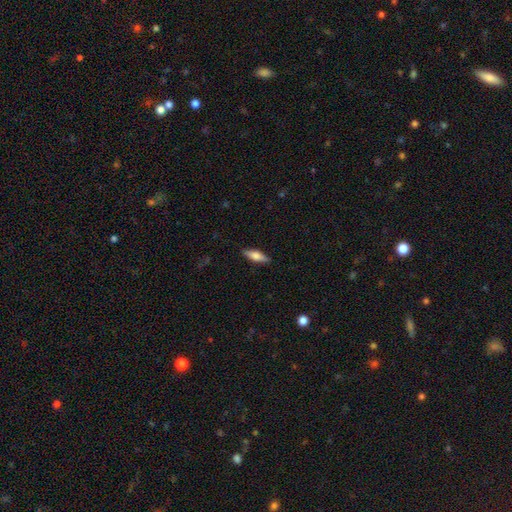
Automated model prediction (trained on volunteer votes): Overall: smooth (62%; featured or disk 31%). How rounded: cigar-shaped (52%; in between 46%). Merging: none (88%).